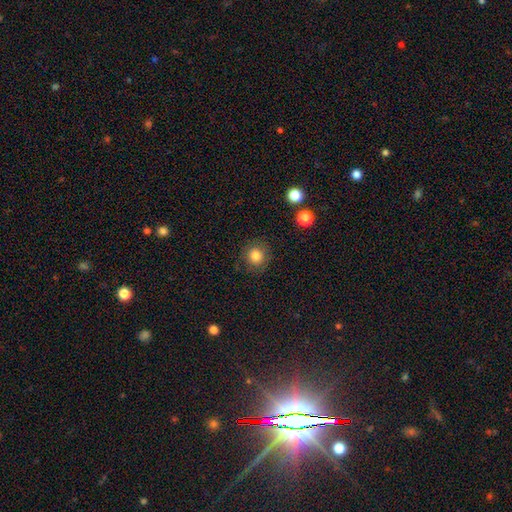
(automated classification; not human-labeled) A smooth galaxy with no disk features (82%) that is round (92%).

Vote fractions:
- Smooth or featured? smooth: 82% / star or artifact: 11% / featured or disk: 7%
- How rounded? round: 92% / in between: 7% / cigar-shaped: 1%
- Merging? none: 86% / minor disturbance: 9% / major disturbance: 3% / merger: 2%